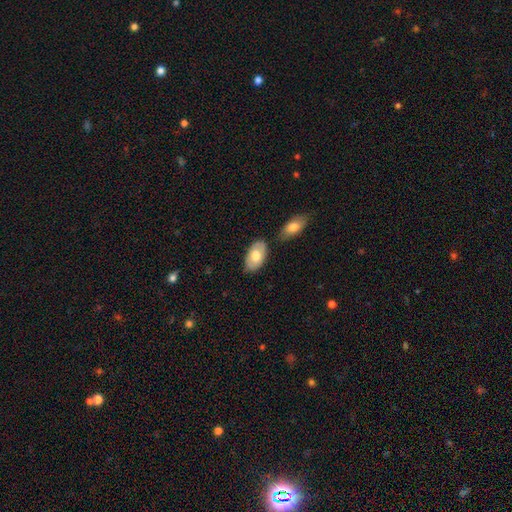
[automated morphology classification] A smooth galaxy with no disk features (68%) that is in between round and cigar-shaped (94%).

Vote fractions:
- Smooth or featured? smooth: 68% / featured or disk: 27% / star or artifact: 5%
- How rounded? in between: 94% / round: 4% / cigar-shaped: 2%
- Merging? none: 72% / minor disturbance: 14% / merger: 11% / major disturbance: 3%